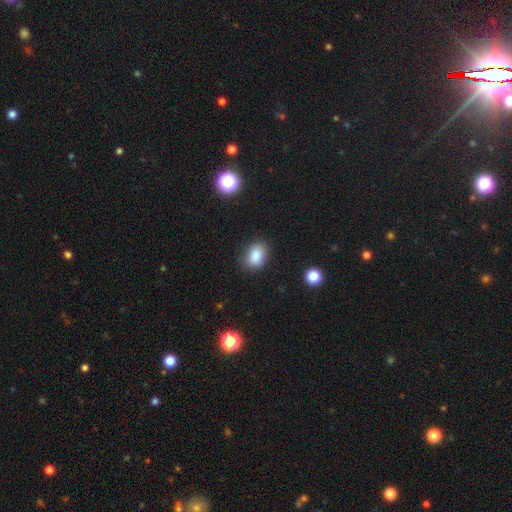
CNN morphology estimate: A smooth galaxy with no disk features (84%) that is in between round and cigar-shaped (67%).

Vote fractions:
- Smooth or featured? smooth: 84% / star or artifact: 10% / featured or disk: 6%
- How rounded? in between: 67% / round: 32% / cigar-shaped: 1%
- Merging? none: 76% / minor disturbance: 18% / major disturbance: 4% / merger: 2%